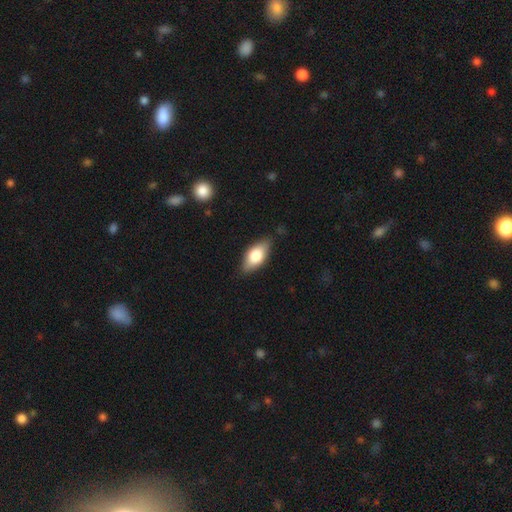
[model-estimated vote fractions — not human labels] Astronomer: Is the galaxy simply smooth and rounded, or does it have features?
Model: smooth — 74%.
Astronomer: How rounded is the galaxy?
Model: in between — 88%.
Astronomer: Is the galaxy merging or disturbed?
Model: none — 80%.